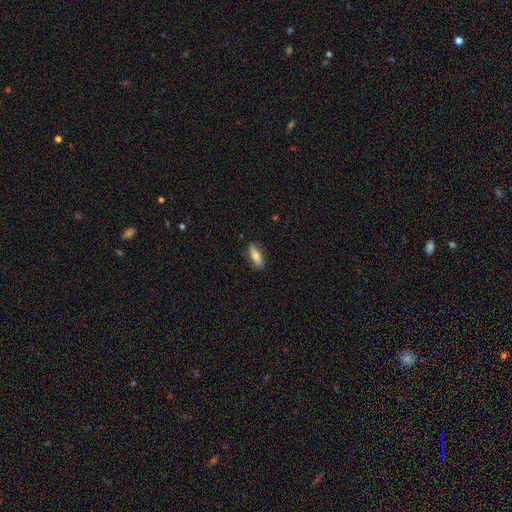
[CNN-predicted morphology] smooth-or-featured: smooth: 72% | featured or disk: 22% | star or artifact: 6%
  how-rounded: in between: 64% | cigar-shaped: 33% | round: 2%
  merging: none: 81% | minor disturbance: 15% | major disturbance: 3% | merger: 1%